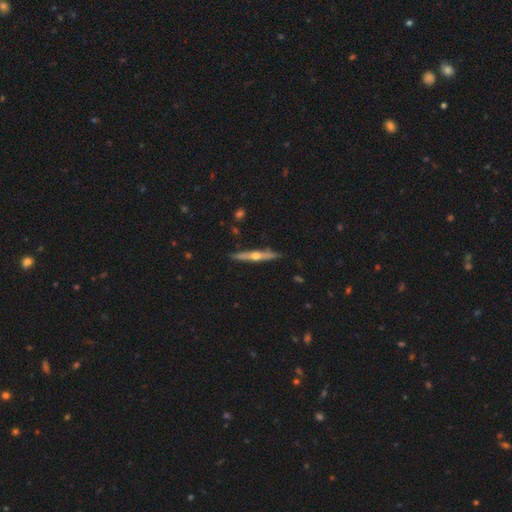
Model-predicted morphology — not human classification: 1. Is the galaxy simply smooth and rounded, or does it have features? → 68% featured or disk, 26% smooth, 6% star or artifact.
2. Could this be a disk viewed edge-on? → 96% yes, 4% no.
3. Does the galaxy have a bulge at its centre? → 91% rounded, 7% none, 2% boxy.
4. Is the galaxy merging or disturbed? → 89% none, 8% minor disturbance, 1% major disturbance, 1% merger.